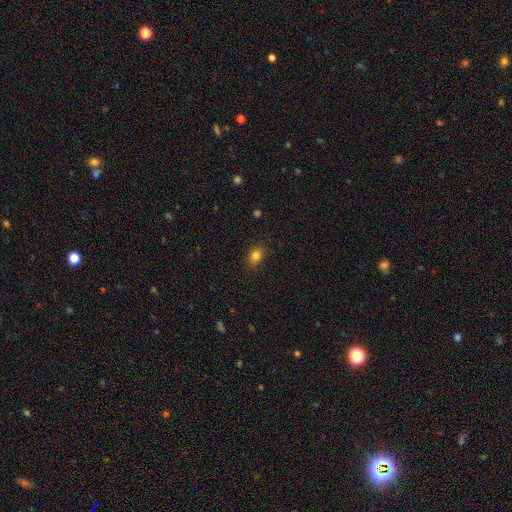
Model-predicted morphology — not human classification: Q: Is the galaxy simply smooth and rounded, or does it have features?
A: smooth — 81%.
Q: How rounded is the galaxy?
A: in between — 69%.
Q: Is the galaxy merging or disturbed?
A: none — 86%.